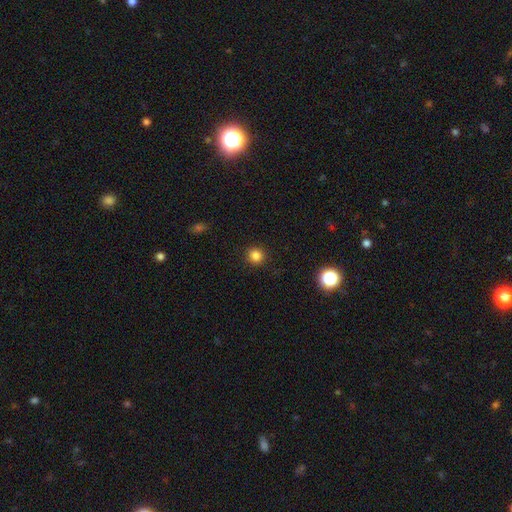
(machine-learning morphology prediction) Smooth or featured: smooth — 83% (star or artifact — 13%)
How rounded: round — 94% (in between — 5%)
Merging: none — 92% (minor disturbance — 5%)